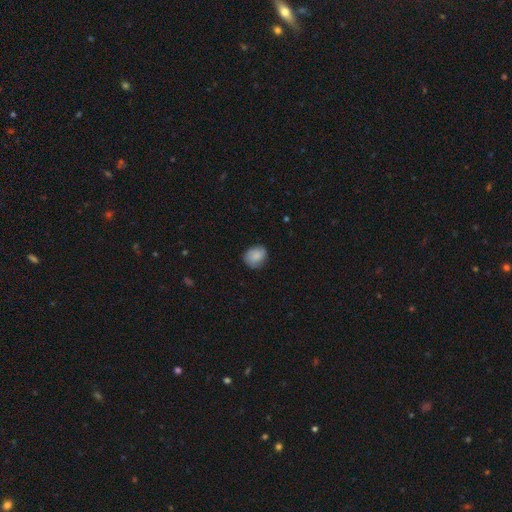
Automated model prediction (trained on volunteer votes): Q: Smooth or featured?
A: smooth (81%); runner-up: featured or disk (11%)
Q: How rounded?
A: round (61%); runner-up: in between (38%)
Q: Merging?
A: none (77%); runner-up: minor disturbance (18%)